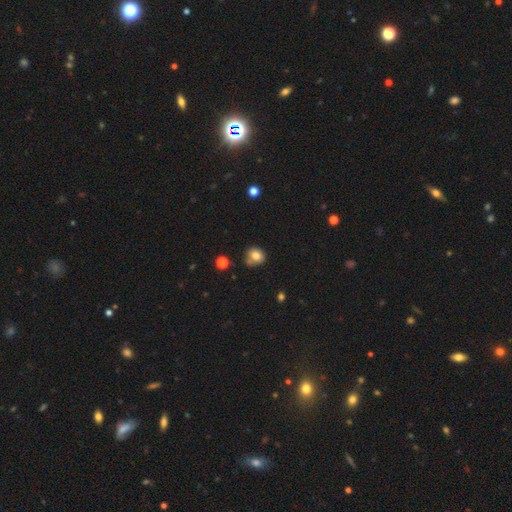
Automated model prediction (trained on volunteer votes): Smooth or featured? smooth (79%)
How rounded? round (77%)
Merging? none (62%)